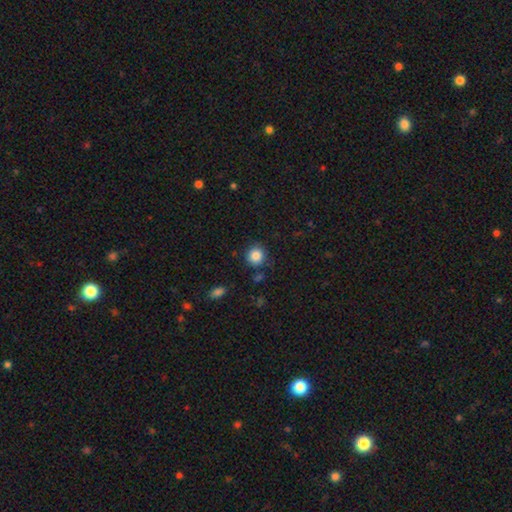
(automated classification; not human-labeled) This appears to be a smooth galaxy with no disk features (86%) that is round (89%). Merging: none (85%).